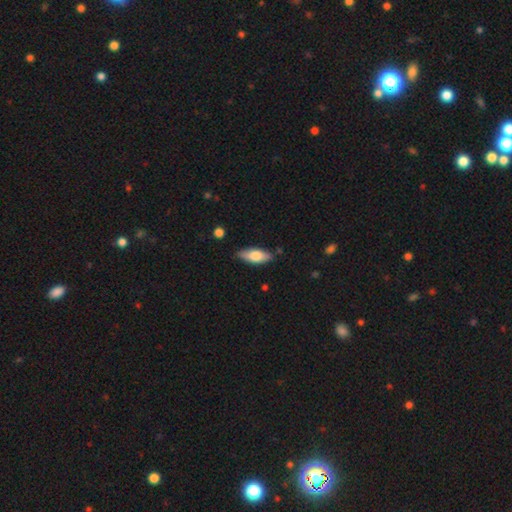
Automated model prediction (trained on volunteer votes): Q: Smooth or featured?
A: smooth (72%); runner-up: featured or disk (23%)
Q: How rounded?
A: in between (75%); runner-up: cigar-shaped (23%)
Q: Merging?
A: none (84%); runner-up: minor disturbance (13%)